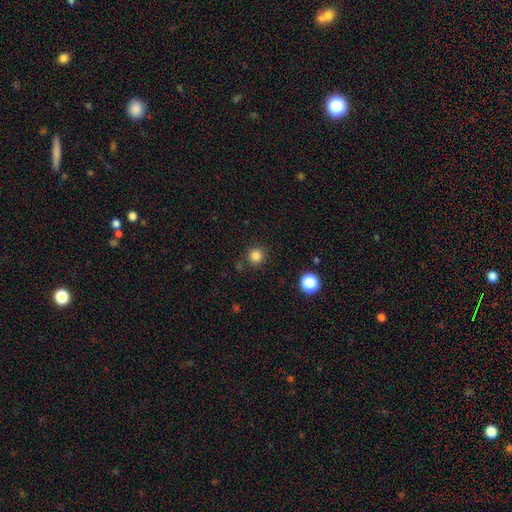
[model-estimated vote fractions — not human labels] smooth-or-featured: smooth: 82% | star or artifact: 14% | featured or disk: 4%
  how-rounded: round: 94% | in between: 5% | cigar-shaped: 1%
  merging: none: 87% | minor disturbance: 7% | merger: 3% | major disturbance: 3%